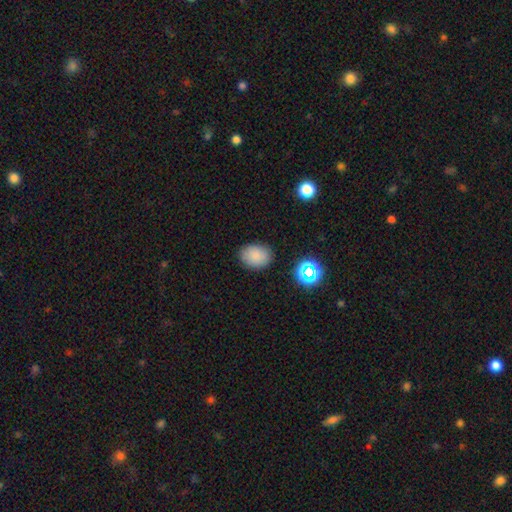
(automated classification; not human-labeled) Smooth or featured? Predicted: smooth (p=0.83). How rounded? Predicted: in between (p=0.69). Merging? Predicted: none (p=0.86).